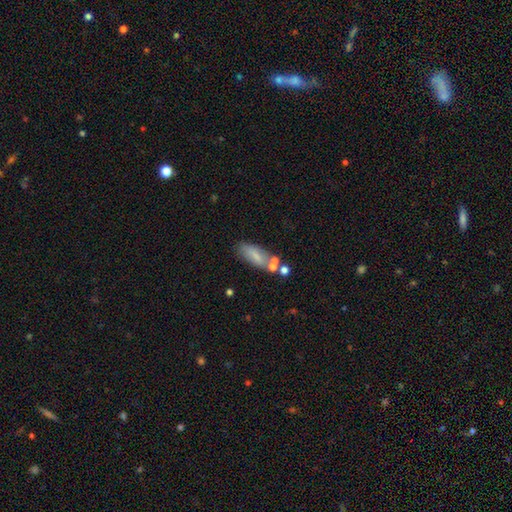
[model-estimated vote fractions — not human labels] This is likely a smooth galaxy (70%). How rounded: likely in between (69%). Merging: possibly none (55%).